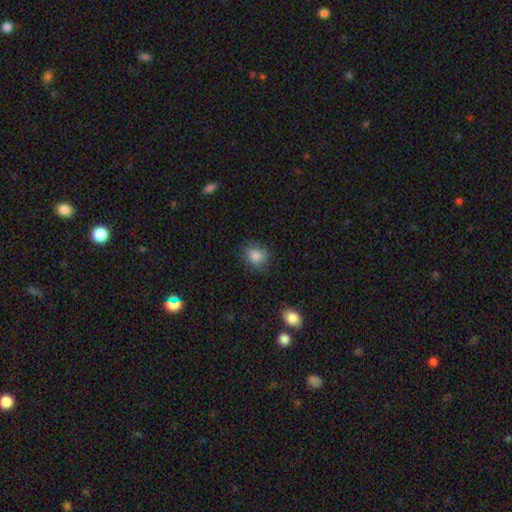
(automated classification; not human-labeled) Smooth or featured? smooth (85%)
How rounded? round (73%)
Merging? none (81%)